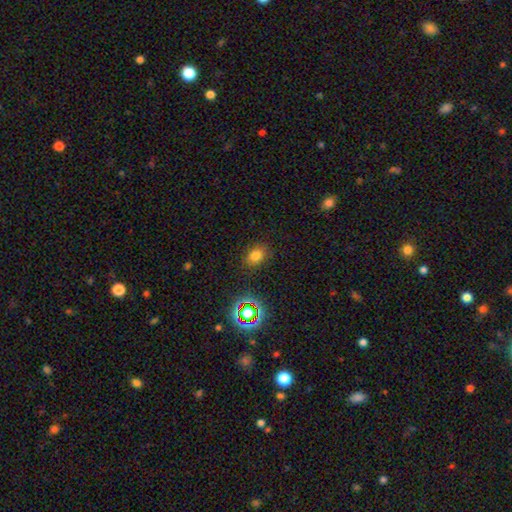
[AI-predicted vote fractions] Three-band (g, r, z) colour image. It shows a smooth galaxy with no disk features (72%) that is in between round and cigar-shaped (62%). Merging: none (84%).